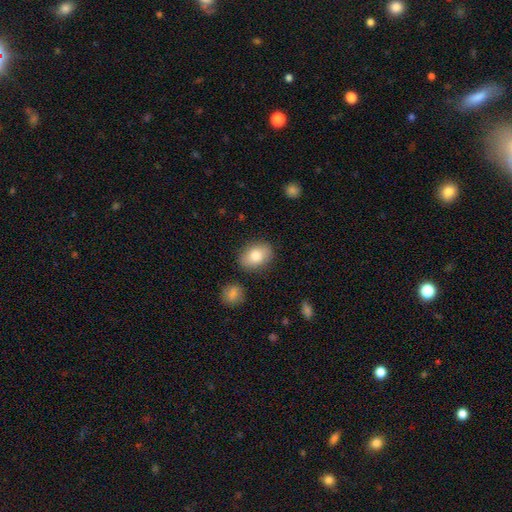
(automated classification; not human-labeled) Smooth or featured? smooth (81%)
How rounded? in between (79%)
Merging? none (83%)